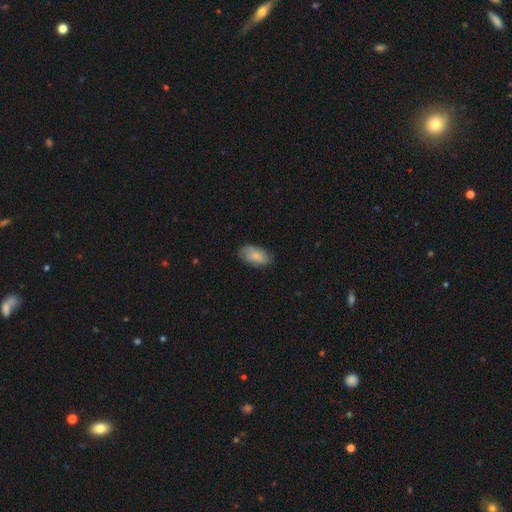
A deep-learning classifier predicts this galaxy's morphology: Q: Smooth or featured?
A: smooth (74%); runner-up: featured or disk (20%)
Q: How rounded?
A: in between (94%); runner-up: round (3%)
Q: Merging?
A: none (76%); runner-up: minor disturbance (20%)